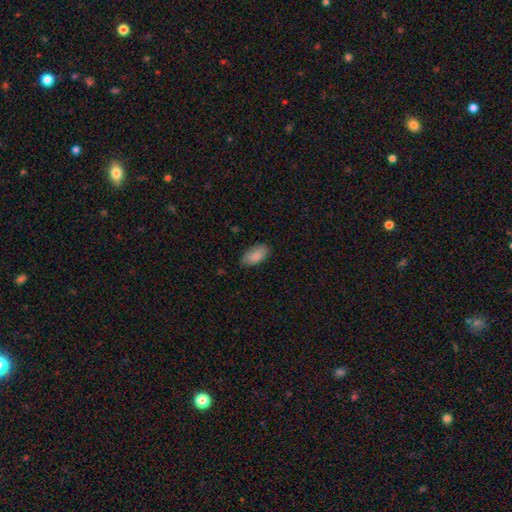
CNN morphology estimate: Smooth or featured?
  - smooth: 87% *
  - star or artifact: 7%
  - featured or disk: 6%
How rounded?
  - in between: 93% *
  - cigar-shaped: 4%
  - round: 3%
Merging?
  - none: 79% *
  - minor disturbance: 17%
  - major disturbance: 3%
  - merger: 1%